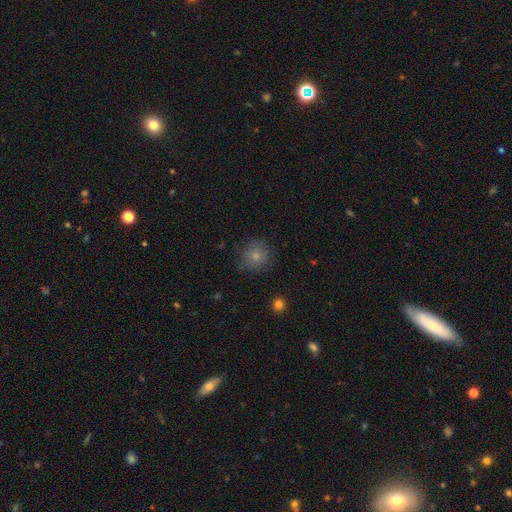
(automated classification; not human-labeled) The model was most divided on "merging": none: 77%, minor disturbance: 17%, major disturbance: 5%, merger: 1%. More confident: how rounded — round (89%); smooth or featured — smooth (79%).